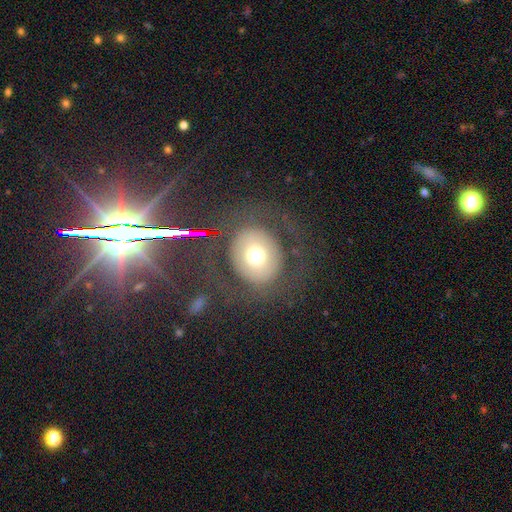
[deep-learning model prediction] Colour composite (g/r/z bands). It shows a smooth galaxy with no disk features (57%) that is round (74%). Merging: none (71%).